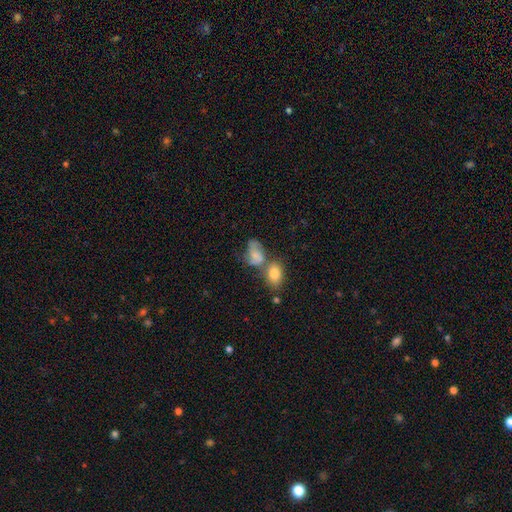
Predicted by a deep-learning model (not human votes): Overall: smooth (57%; featured or disk 32%). How rounded: in between (78%). Merging: merger (40%; none 30%).